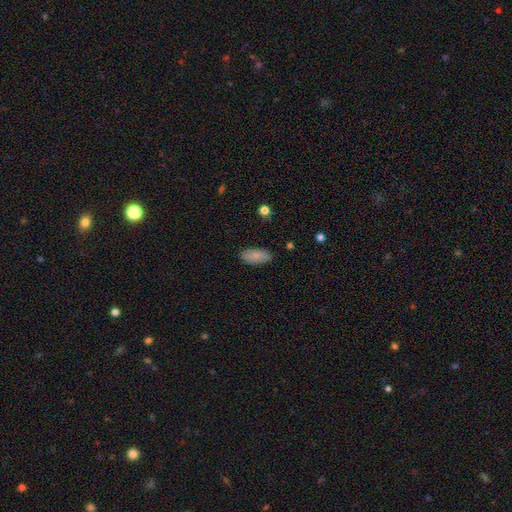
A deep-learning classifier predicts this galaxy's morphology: Q: Smooth or featured?
A: smooth (84%); runner-up: featured or disk (9%)
Q: How rounded?
A: in between (90%); runner-up: cigar-shaped (7%)
Q: Merging?
A: none (82%); runner-up: minor disturbance (14%)